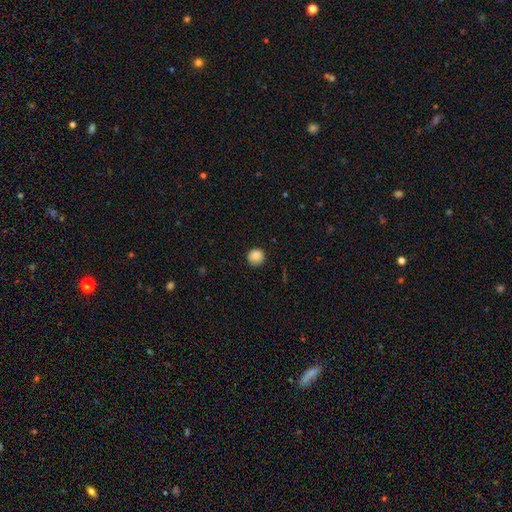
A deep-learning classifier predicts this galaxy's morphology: smooth 86%, star or artifact 9%, featured or disk 5%. Down the decision tree: how rounded — round (92%); merging — none (87%).